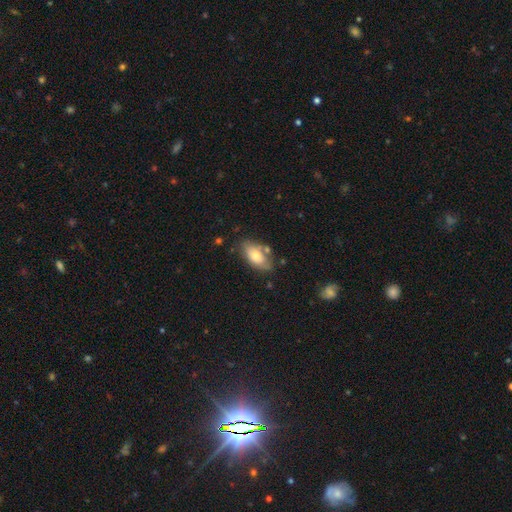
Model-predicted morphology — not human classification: A smooth galaxy with no disk features (69%) that is in between round and cigar-shaped (91%).

Vote fractions:
- Smooth or featured? smooth: 69% / featured or disk: 24% / star or artifact: 7%
- How rounded? in between: 91% / cigar-shaped: 5% / round: 4%
- Merging? none: 68% / minor disturbance: 20% / merger: 7% / major disturbance: 5%